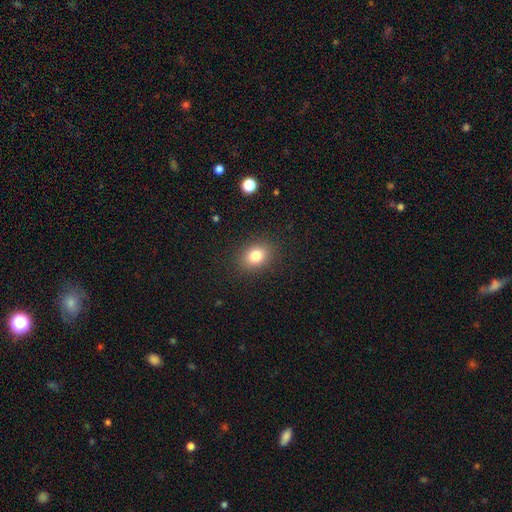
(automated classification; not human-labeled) Smooth or featured? smooth (81%)
How rounded? in between (58%)
Merging? none (87%)